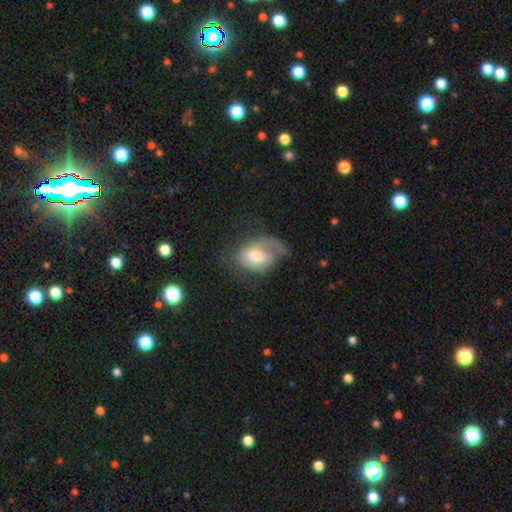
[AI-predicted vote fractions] Smooth or featured: smooth — 47% (featured or disk — 45%)
Merging: major disturbance — 36% (none — 35%)